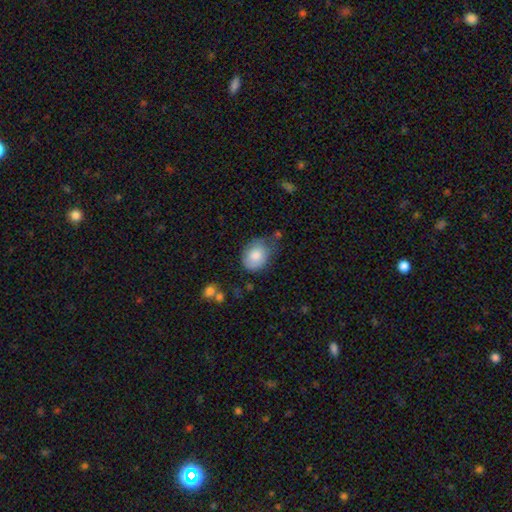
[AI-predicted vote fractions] smooth 81%, featured or disk 12%, star or artifact 7%. Down the decision tree: how rounded — in between (60%); merging — none (50%).